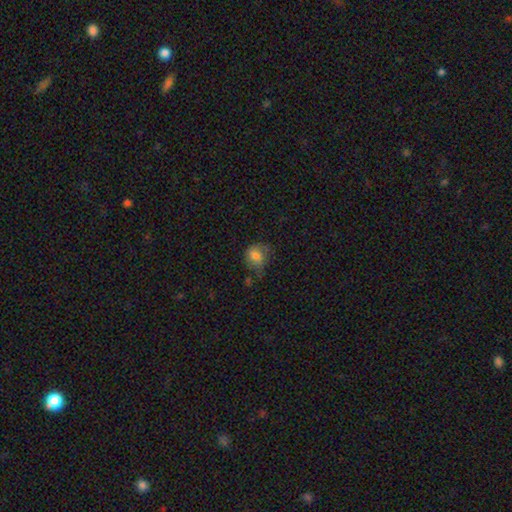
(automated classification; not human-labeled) smooth-or-featured: smooth: 76% | featured or disk: 14% | star or artifact: 10%
  how-rounded: round: 58% | in between: 41% | cigar-shaped: 1%
  merging: none: 44% | minor disturbance: 34% | major disturbance: 17% | merger: 4%